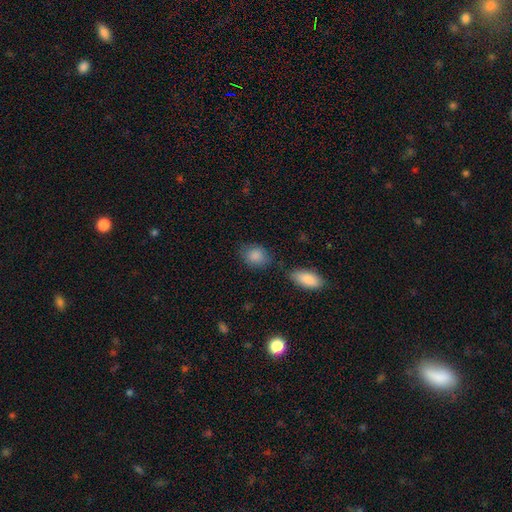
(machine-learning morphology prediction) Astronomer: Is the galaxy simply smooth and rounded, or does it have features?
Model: smooth — 88%.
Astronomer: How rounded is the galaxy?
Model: in between — 58% (runner-up: round, 41%).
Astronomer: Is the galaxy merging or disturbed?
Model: none — 70%.